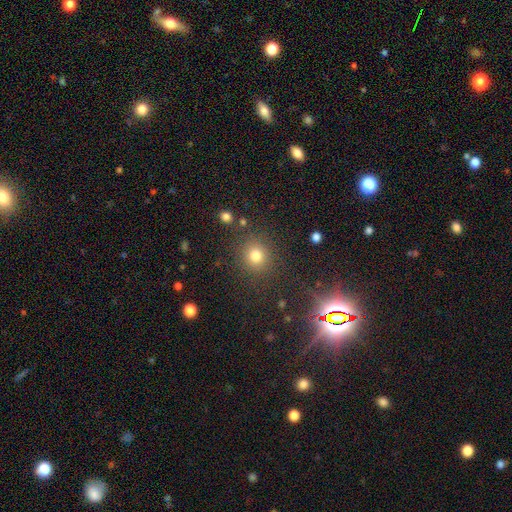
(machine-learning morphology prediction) This is likely a smooth galaxy (78%). How rounded: clearly round (87%). Merging: clearly none (85%).